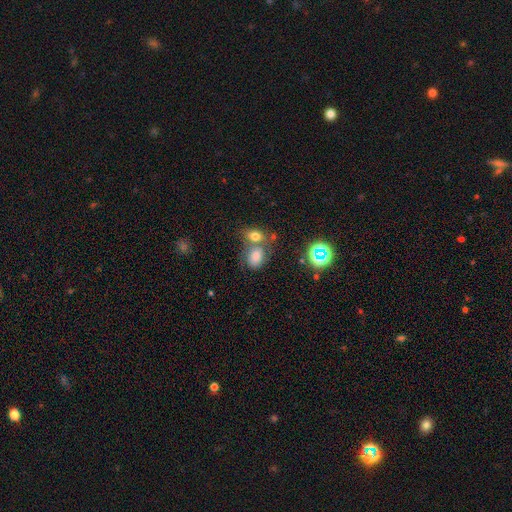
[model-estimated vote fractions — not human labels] This is likely a smooth galaxy (67%). How rounded: likely in between (68%). Merging: marginally none (42%, tied with merger).